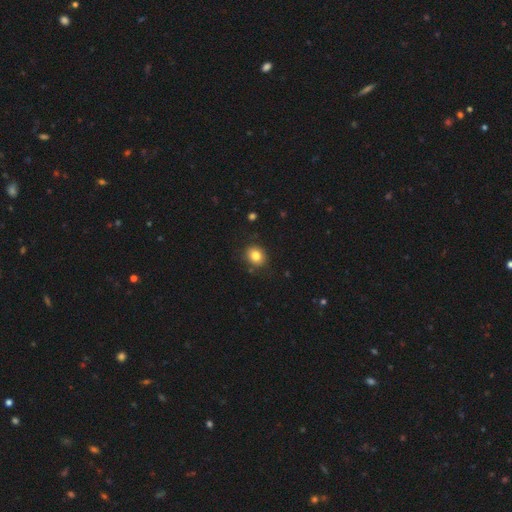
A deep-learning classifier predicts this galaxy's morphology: Overall: smooth (82%). How rounded: round (69%; in between 30%). Merging: none (86%).